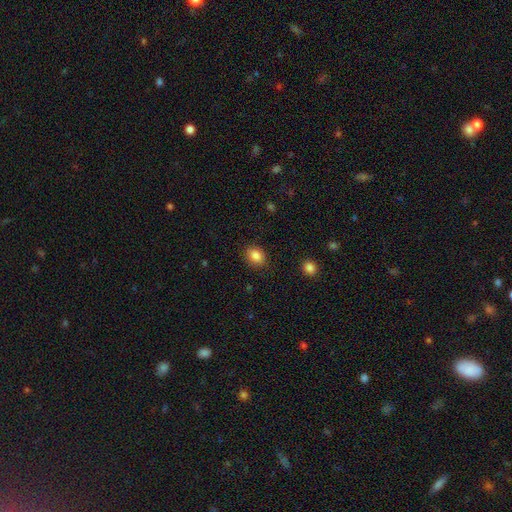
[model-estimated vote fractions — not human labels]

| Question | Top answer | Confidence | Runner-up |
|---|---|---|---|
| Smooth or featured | smooth | 85% | star or artifact (9%) |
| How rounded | in between | 59% | round (39%) |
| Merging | none | 86% | minor disturbance (10%) |